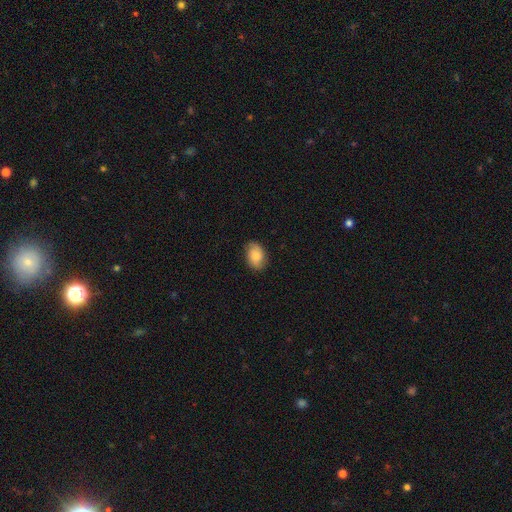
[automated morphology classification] A smooth galaxy with no disk features (78%) that is in between round and cigar-shaped (82%). Merging: none (82%).